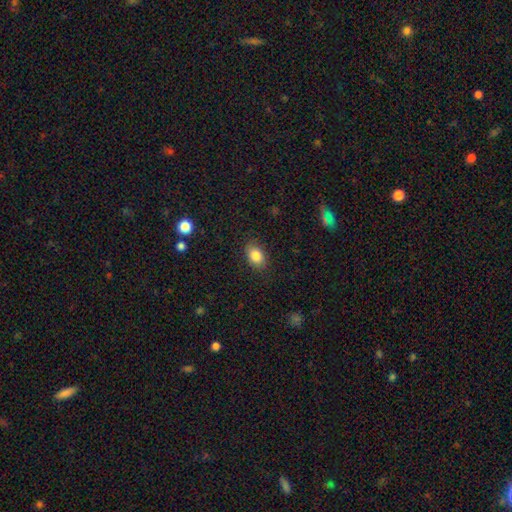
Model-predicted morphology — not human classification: type=smooth (85%); roundness=in between (80%); merging=none (83%).